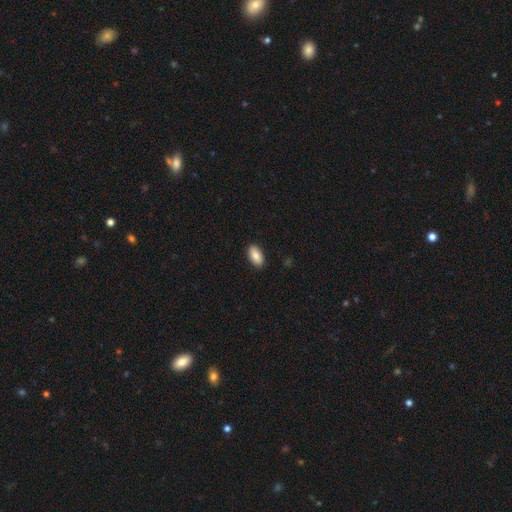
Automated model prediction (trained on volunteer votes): smooth 84%, featured or disk 9%, star or artifact 6%. Down the decision tree: how rounded — in between (93%); merging — none (89%).